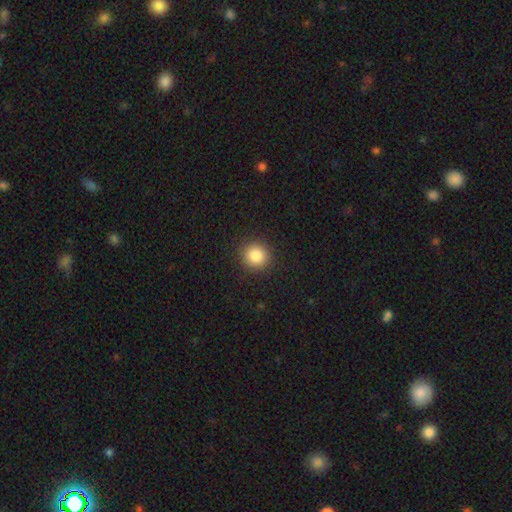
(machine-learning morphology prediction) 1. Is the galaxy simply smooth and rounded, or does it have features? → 86% smooth, 10% star or artifact, 4% featured or disk.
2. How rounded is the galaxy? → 92% round, 7% in between, 1% cigar-shaped.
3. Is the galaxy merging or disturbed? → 91% none, 6% minor disturbance, 2% major disturbance, 1% merger.